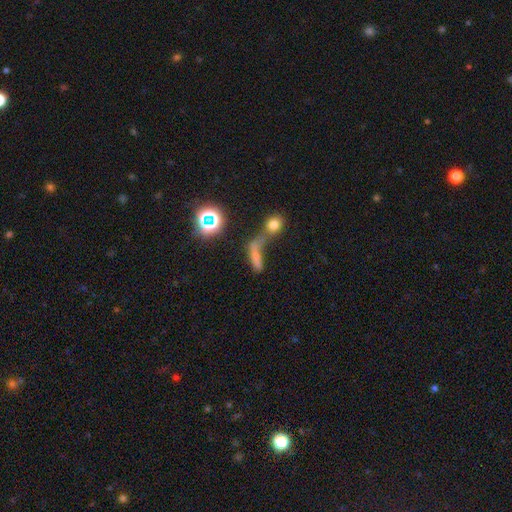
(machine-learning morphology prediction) A smooth galaxy with no disk features (56%) that is cigar-shaped (46%).

Vote fractions:
- Smooth or featured? smooth: 56% / star or artifact: 25% / featured or disk: 19%
- How rounded? cigar-shaped: 46% / in between: 37% / round: 17%
- Merging? merger: 50% / none: 25% / major disturbance: 15% / minor disturbance: 10%